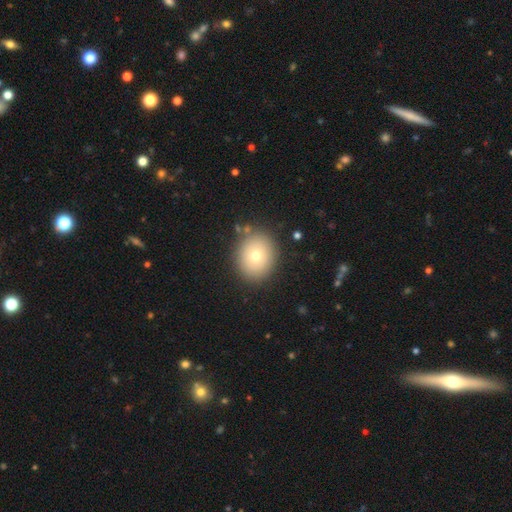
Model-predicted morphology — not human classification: Overall: smooth (73%). How rounded: round (73%). Merging: none (87%).